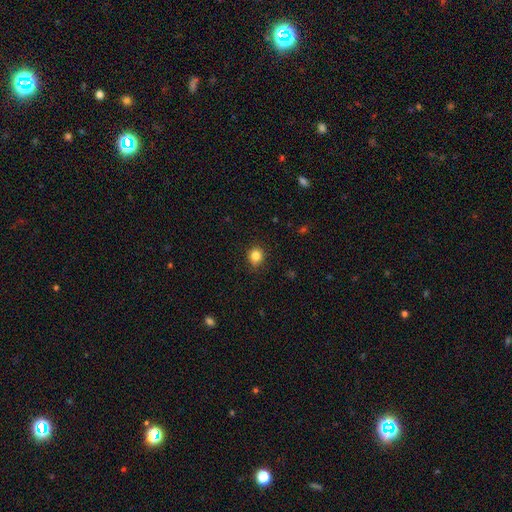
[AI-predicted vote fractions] The model was most divided on "how rounded": round: 80%, in between: 19%, cigar-shaped: 1%. More confident: merging — none (88%); smooth or featured — smooth (84%).